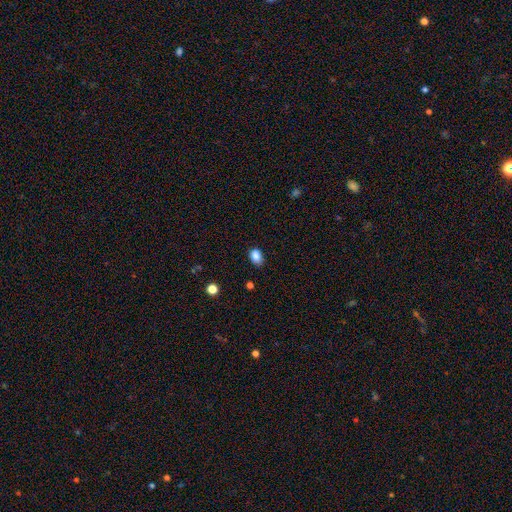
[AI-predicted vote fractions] smooth-or-featured: smooth: 85% | star or artifact: 10% | featured or disk: 5%
  how-rounded: in between: 78% | round: 21% | cigar-shaped: 1%
  merging: none: 78% | minor disturbance: 18% | major disturbance: 3% | merger: 1%